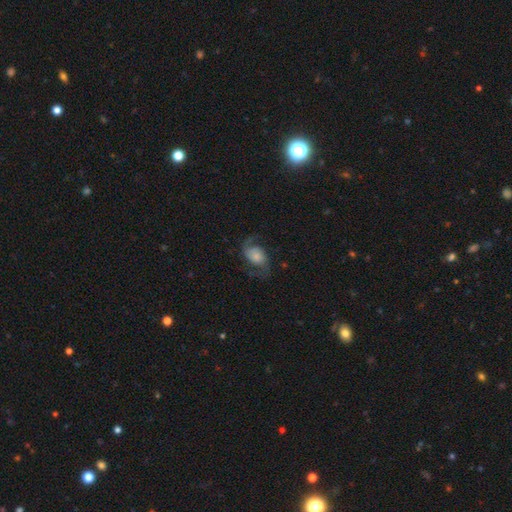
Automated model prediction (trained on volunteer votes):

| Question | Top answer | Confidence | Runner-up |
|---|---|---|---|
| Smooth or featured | featured or disk | 76% | smooth (17%) |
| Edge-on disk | no | 97% | yes (3%) |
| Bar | no | 67% | weak (27%) |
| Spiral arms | yes | 95% | no (5%) |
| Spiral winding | loose | 56% | medium (36%) |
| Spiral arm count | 2 | 92% | 1 (3%) |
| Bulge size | small | 31% | moderate (25%) |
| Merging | none | 69% | minor disturbance (17%) |